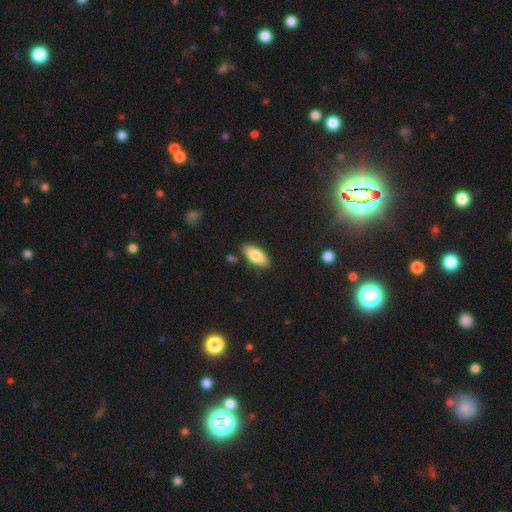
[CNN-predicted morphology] Q: Smooth or featured?
A: smooth (83%); runner-up: featured or disk (11%)
Q: How rounded?
A: in between (85%); runner-up: cigar-shaped (13%)
Q: Merging?
A: none (84%); runner-up: minor disturbance (11%)